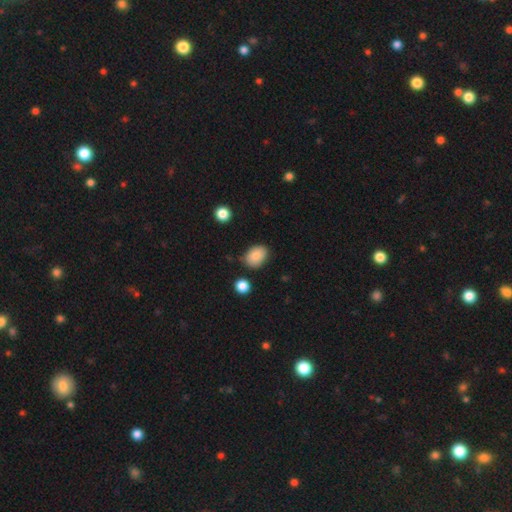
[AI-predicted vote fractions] Smooth or featured?
  - smooth: 86% *
  - star or artifact: 8%
  - featured or disk: 6%
How rounded?
  - in between: 78% *
  - round: 21%
  - cigar-shaped: 1%
Merging?
  - none: 78% *
  - minor disturbance: 15%
  - merger: 3%
  - major disturbance: 3%